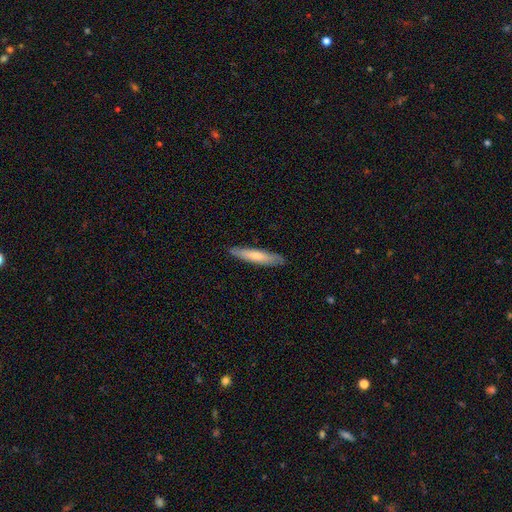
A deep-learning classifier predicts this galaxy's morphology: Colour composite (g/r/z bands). It shows a smooth galaxy with no disk features (68%) that is cigar-shaped (89%). Merging: none (88%).